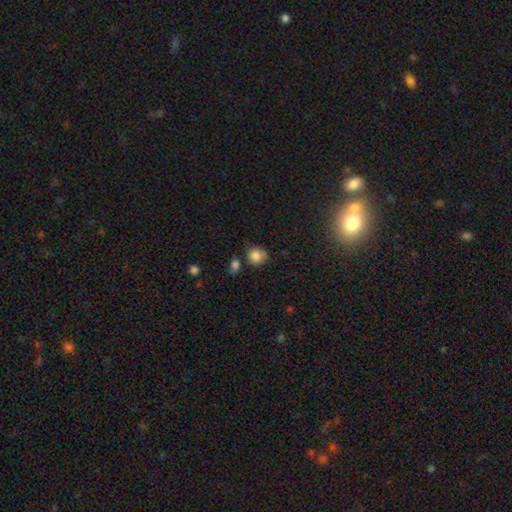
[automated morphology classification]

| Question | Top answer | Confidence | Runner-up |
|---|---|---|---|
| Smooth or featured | smooth | 84% | star or artifact (10%) |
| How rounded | round | 80% | in between (19%) |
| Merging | none | 64% | minor disturbance (22%) |